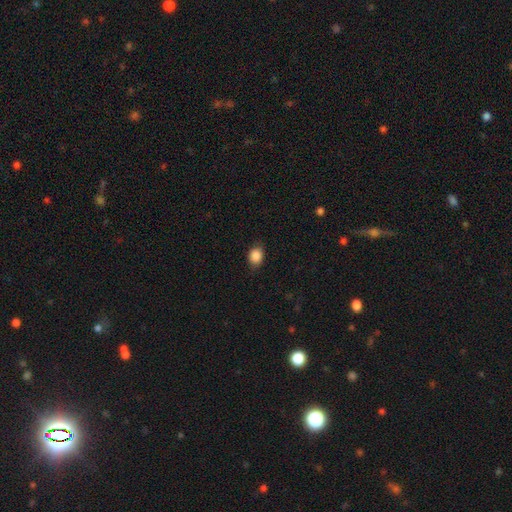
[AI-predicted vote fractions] This appears to be a smooth galaxy with no disk features (87%) that is in between round and cigar-shaped (58%). Merging: none (81%).